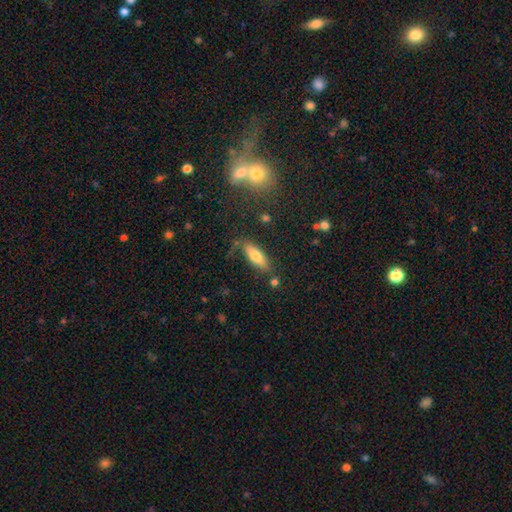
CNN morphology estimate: smooth 71%, featured or disk 21%, star or artifact 7%. Down the decision tree: how rounded — in between (58%); merging — none (75%).